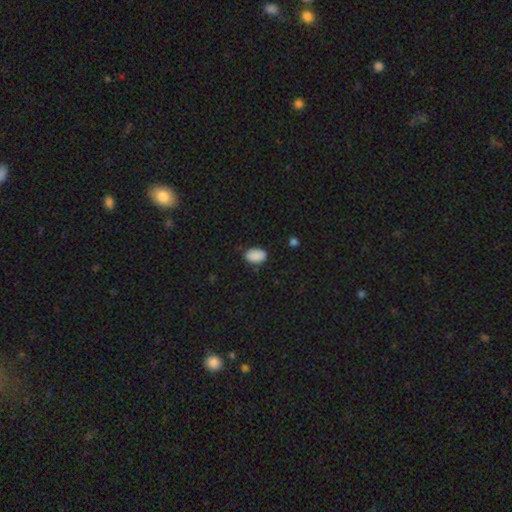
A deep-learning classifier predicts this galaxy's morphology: This is clearly a smooth galaxy (89%). How rounded: clearly in between (92%). Merging: clearly none (82%).